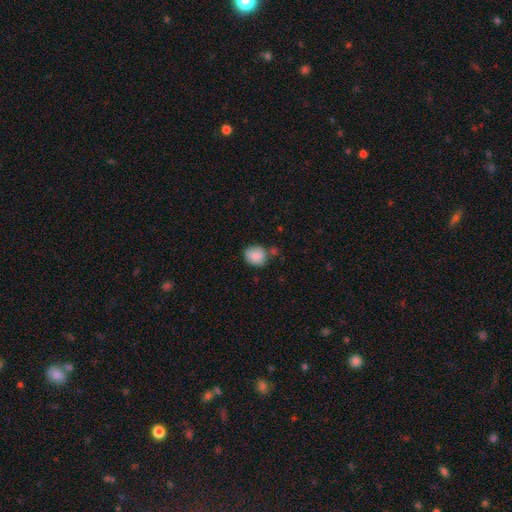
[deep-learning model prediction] Smooth or featured?
  - smooth: 86% *
  - star or artifact: 8%
  - featured or disk: 6%
How rounded?
  - round: 69% *
  - in between: 30%
  - cigar-shaped: 1%
Merging?
  - none: 65% *
  - minor disturbance: 20%
  - merger: 10%
  - major disturbance: 5%